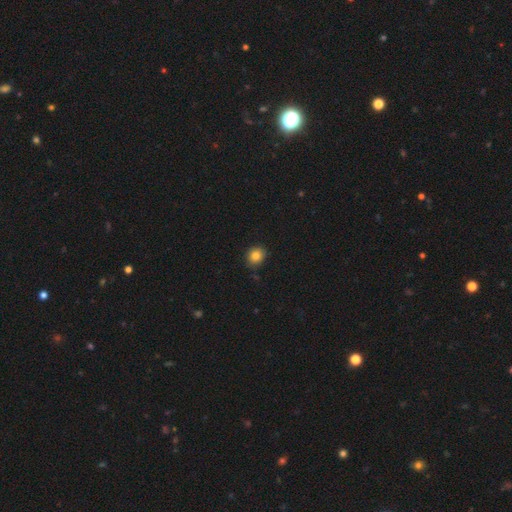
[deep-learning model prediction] The model was most divided on "how rounded": round: 76%, in between: 23%, cigar-shaped: 1%. More confident: merging — none (85%); smooth or featured — smooth (84%).